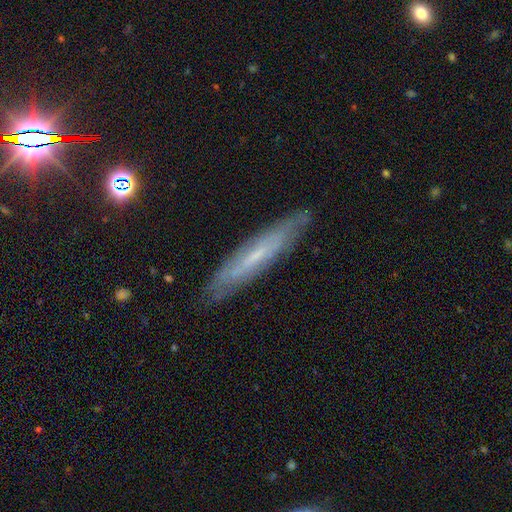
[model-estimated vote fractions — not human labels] Morphology: type=featured or disk (59%); edge-on=yes (65%); merging=none (84%).